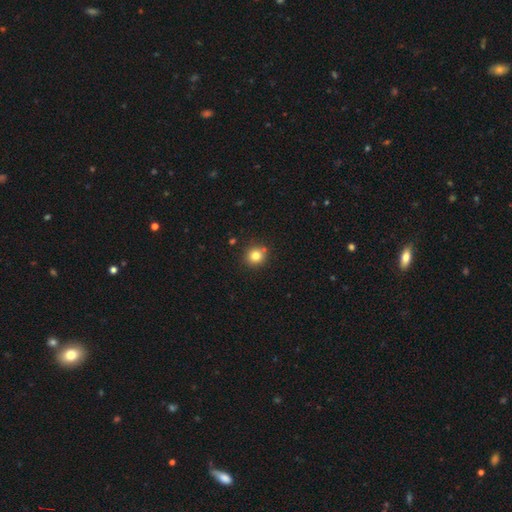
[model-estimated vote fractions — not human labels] Morphology: type=smooth (80%); roundness=round (91%); merging=none (84%).